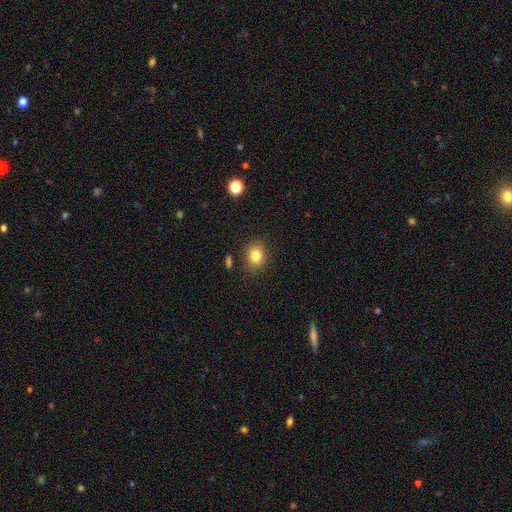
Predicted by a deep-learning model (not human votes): Smooth or featured: smooth — 82% (star or artifact — 11%)
How rounded: round — 52% (in between — 47%)
Merging: none — 84% (minor disturbance — 10%)